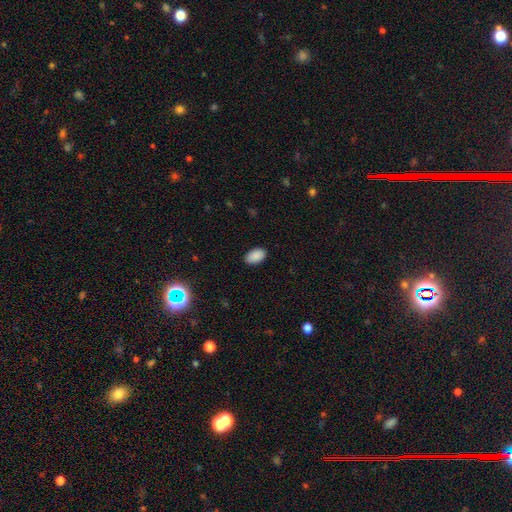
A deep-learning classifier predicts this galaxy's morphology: Overall: smooth (89%). How rounded: in between (93%). Merging: none (88%).